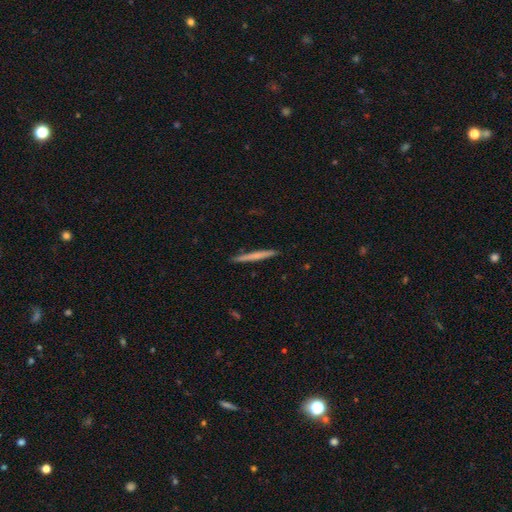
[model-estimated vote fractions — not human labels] Smooth or featured: smooth — 58% (featured or disk — 37%)
How rounded: cigar-shaped — 97% (in between — 2%)
Merging: none — 91% (minor disturbance — 6%)